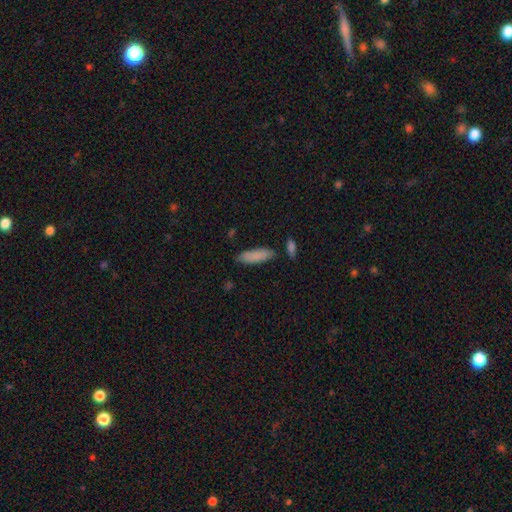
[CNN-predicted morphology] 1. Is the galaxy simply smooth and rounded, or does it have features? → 85% smooth, 8% featured or disk, 6% star or artifact.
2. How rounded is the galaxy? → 53% in between, 45% cigar-shaped, 2% round.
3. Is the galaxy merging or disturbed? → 76% none, 15% minor disturbance, 6% merger, 3% major disturbance.